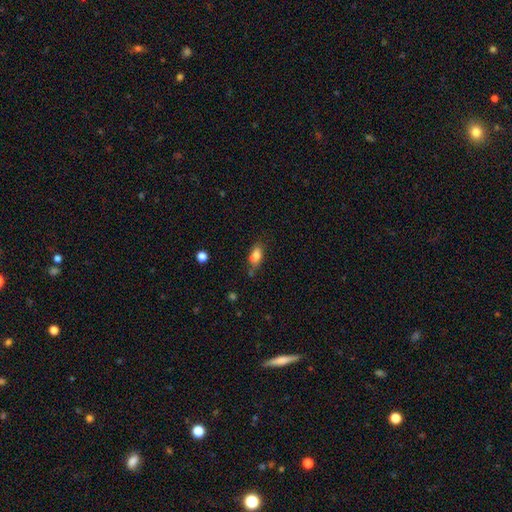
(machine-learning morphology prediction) A smooth galaxy with no disk features (80%) that is in between round and cigar-shaped (82%).

Vote fractions:
- Smooth or featured? smooth: 80% / featured or disk: 10% / star or artifact: 10%
- How rounded? in between: 82% / cigar-shaped: 11% / round: 6%
- Merging? none: 57% / minor disturbance: 25% / merger: 10% / major disturbance: 8%